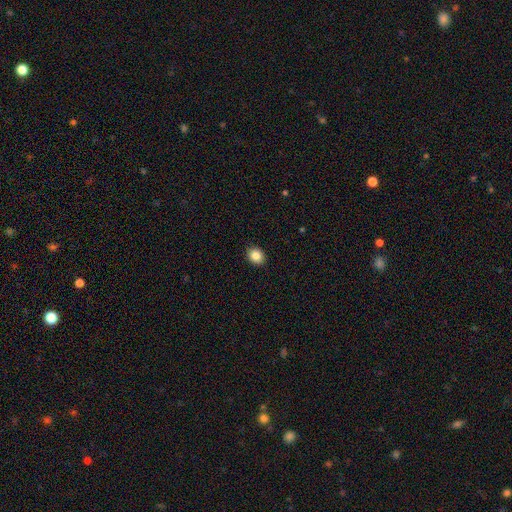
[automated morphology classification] A smooth galaxy with no disk features (86%) that is round (56%). Merging: none (91%).